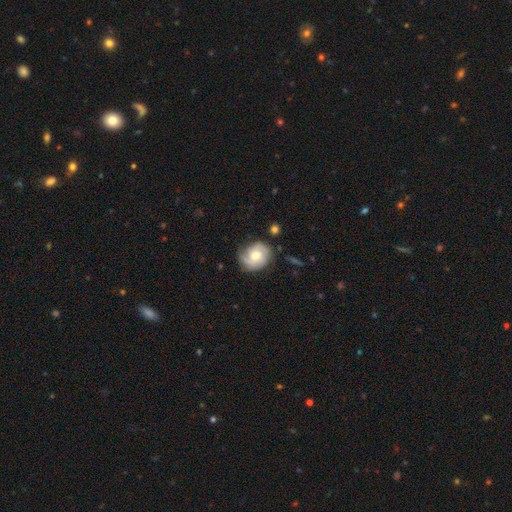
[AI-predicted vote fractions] Overall: featured or disk (58%; smooth 35%). Edge-on disk: no (97%). Bar: no (70%). Spiral arms: yes (86%). Bulge size: moderate (71%). Merging: none (70%).